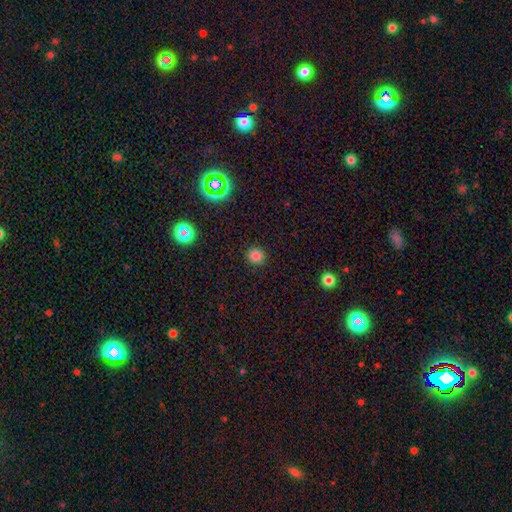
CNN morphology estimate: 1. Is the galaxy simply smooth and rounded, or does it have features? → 80% smooth, 15% star or artifact, 5% featured or disk.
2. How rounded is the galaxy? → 88% round, 11% in between, 1% cigar-shaped.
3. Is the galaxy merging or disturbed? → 91% none, 6% minor disturbance, 2% major disturbance, 1% merger.